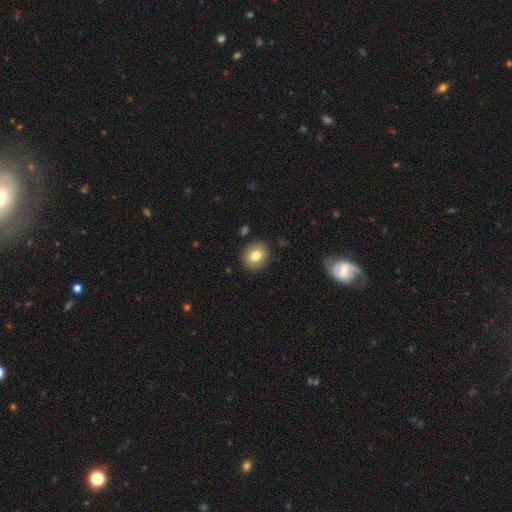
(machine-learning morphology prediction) smooth 80%, featured or disk 11%, star or artifact 9%. Down the decision tree: how rounded — round (78%); merging — none (89%).